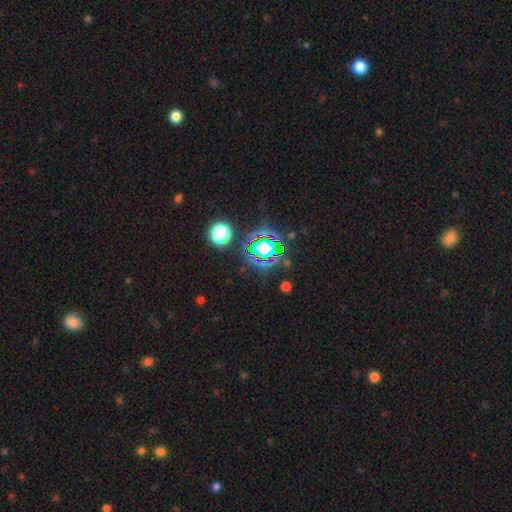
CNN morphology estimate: Q: Smooth or featured?
A: star or artifact (79%); runner-up: smooth (13%)